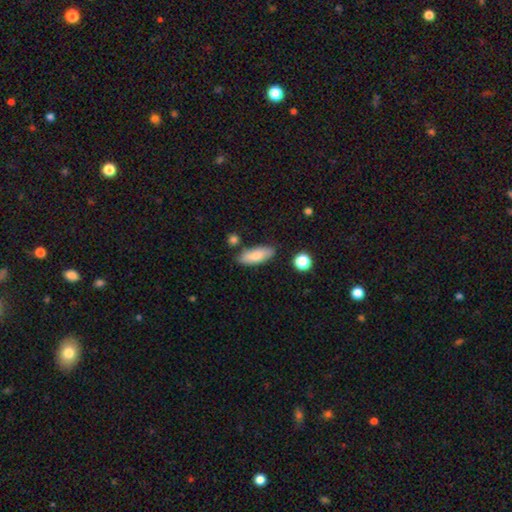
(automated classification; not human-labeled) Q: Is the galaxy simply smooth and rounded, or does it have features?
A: smooth — 81%.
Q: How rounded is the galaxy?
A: in between — 72%.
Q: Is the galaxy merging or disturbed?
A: none — 78%.